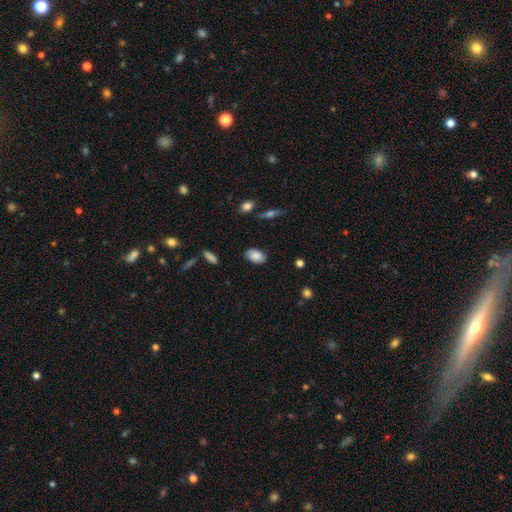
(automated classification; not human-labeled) Smooth or featured? smooth (85%)
How rounded? in between (91%)
Merging? none (84%)